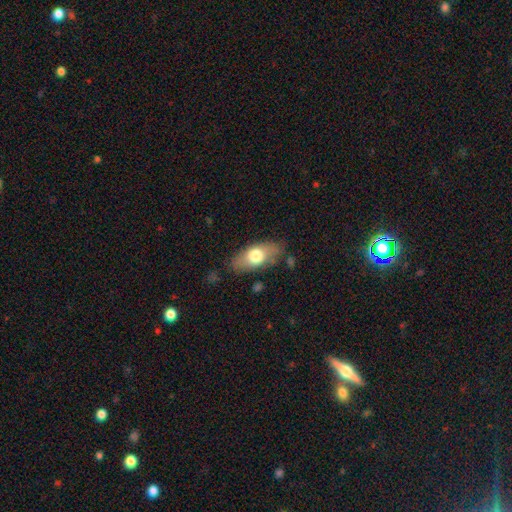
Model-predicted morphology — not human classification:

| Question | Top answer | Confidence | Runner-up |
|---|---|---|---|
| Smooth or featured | smooth | 68% | featured or disk (26%) |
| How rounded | in between | 84% | cigar-shaped (11%) |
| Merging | none | 78% | minor disturbance (16%) |